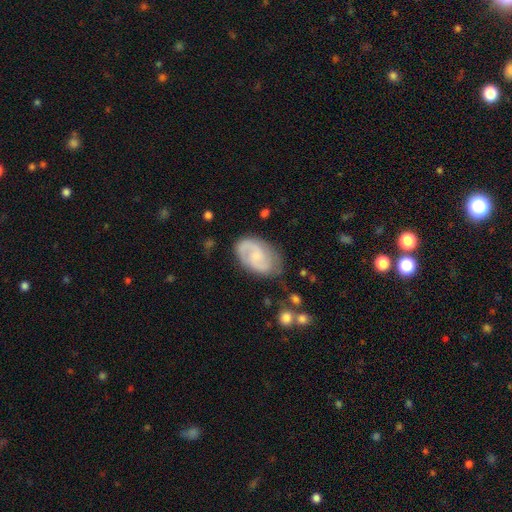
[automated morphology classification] smooth-or-featured: featured or disk: 71% | smooth: 23% | star or artifact: 6%
  disk-edge-on: no: 97% | yes: 3%
    bar: no: 53% | weak: 40% | strong: 7%
    has-spiral-arms: yes: 93% | no: 7%
      spiral-winding: medium: 48% | tight: 29% | loose: 23%
      spiral-arm-count: 2: 81% | can't tell: 9% | 1: 5% | 3: 2% | 4: 1% | more than 4: 1%
    bulge-size: small: 58% | moderate: 26% | none: 12% | large: 2% | dominant: 1%
  merging: none: 72% | minor disturbance: 20% | major disturbance: 6% | merger: 2%